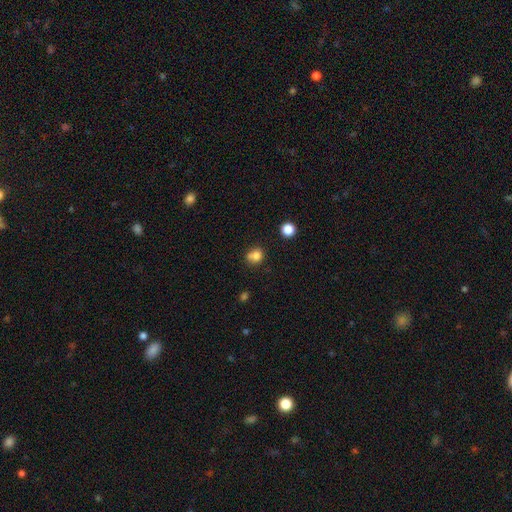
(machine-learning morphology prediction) Smooth or featured? Predicted: smooth (p=0.78). How rounded? Predicted: round (p=0.74). Merging? Predicted: none (p=0.51).